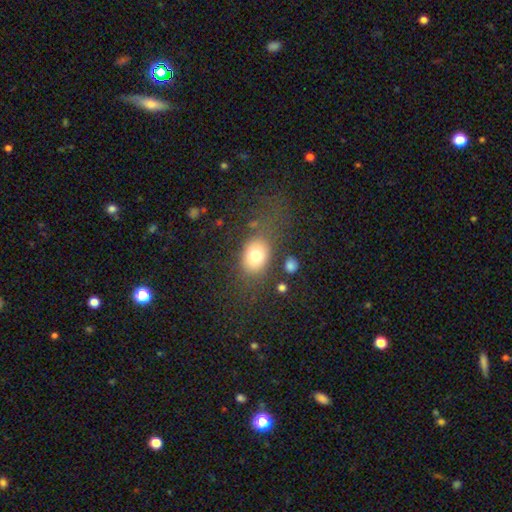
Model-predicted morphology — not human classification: A smooth galaxy with no disk features (75%) that is in between round and cigar-shaped (66%). Merging: none (64%).